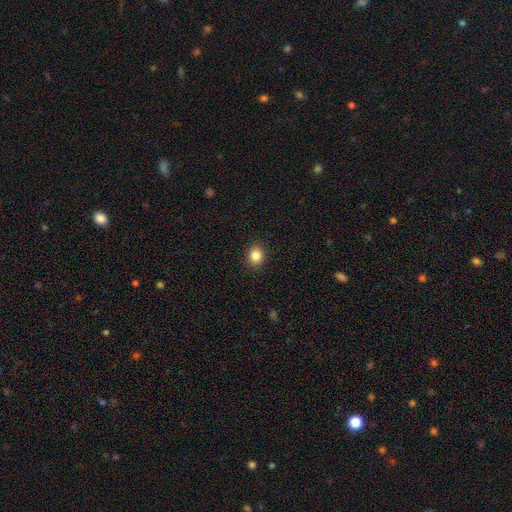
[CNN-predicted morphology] Q: Smooth or featured?
A: smooth (85%); runner-up: star or artifact (10%)
Q: How rounded?
A: round (67%); runner-up: in between (32%)
Q: Merging?
A: none (90%); runner-up: minor disturbance (7%)